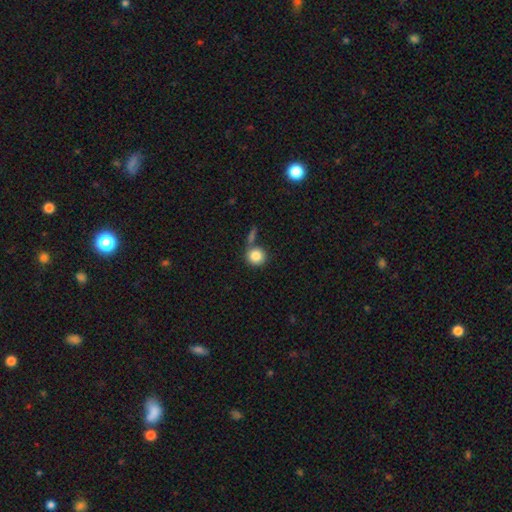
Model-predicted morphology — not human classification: A smooth galaxy with no disk features (85%) that is round (90%).

Vote fractions:
- Smooth or featured? smooth: 85% / star or artifact: 9% / featured or disk: 7%
- How rounded? round: 90% / in between: 9% / cigar-shaped: 1%
- Merging? none: 62% / merger: 22% / minor disturbance: 11% / major disturbance: 5%